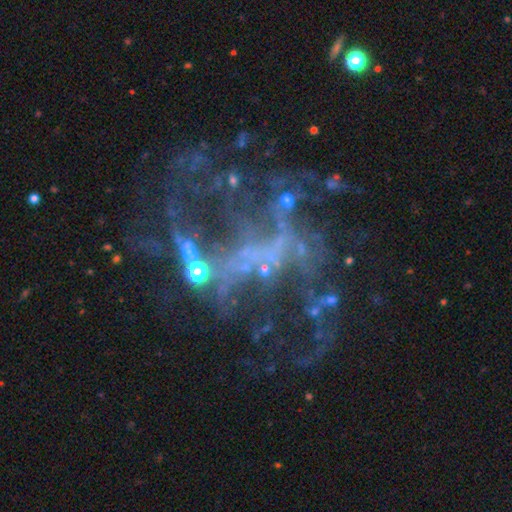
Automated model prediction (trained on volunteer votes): Smooth or featured?
  - featured or disk: 69% *
  - star or artifact: 24%
  - smooth: 7%
Edge-on disk?
  - no: 97% *
  - yes: 3%
Bar?
  - no: 57% *
  - weak: 25%
  - strong: 18%
Spiral arms?
  - no: 55% *
  - yes: 45%
Bulge size?
  - none: 72% *
  - small: 18%
  - moderate: 7%
  - large: 2%
  - dominant: 1%
Merging?
  - none: 40% *
  - major disturbance: 38%
  - minor disturbance: 13%
  - merger: 9%